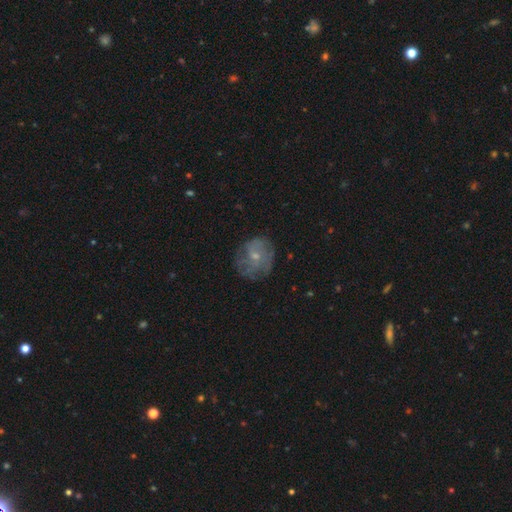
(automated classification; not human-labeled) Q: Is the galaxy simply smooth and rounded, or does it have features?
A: featured or disk — 48%.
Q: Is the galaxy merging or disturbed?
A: none — 64%.